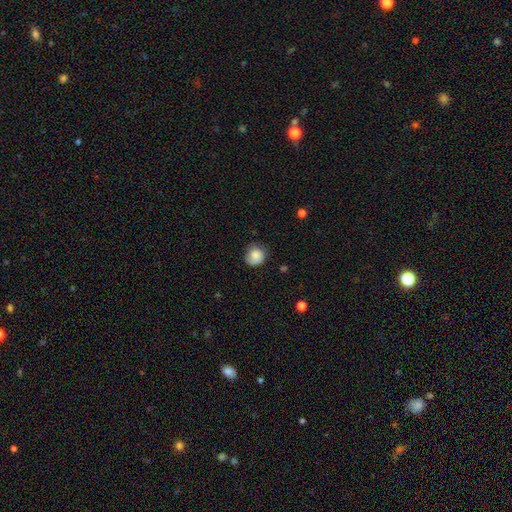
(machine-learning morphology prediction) This is likely a smooth galaxy (78%). How rounded: clearly round (81%). Merging: likely none (66%).